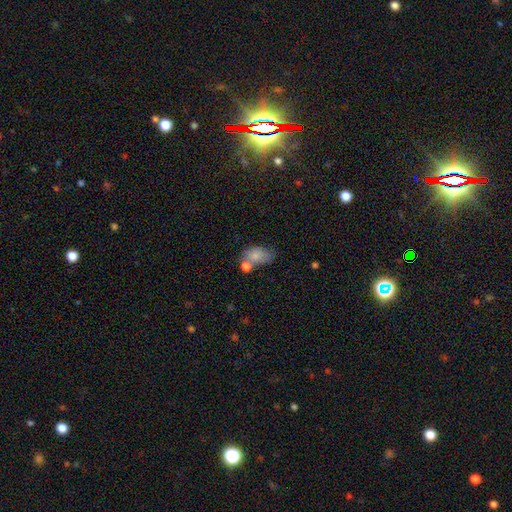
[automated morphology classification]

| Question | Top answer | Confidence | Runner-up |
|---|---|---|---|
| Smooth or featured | smooth | 78% | featured or disk (13%) |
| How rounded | in between | 86% | round (12%) |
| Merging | none | 39% | merger (30%) |